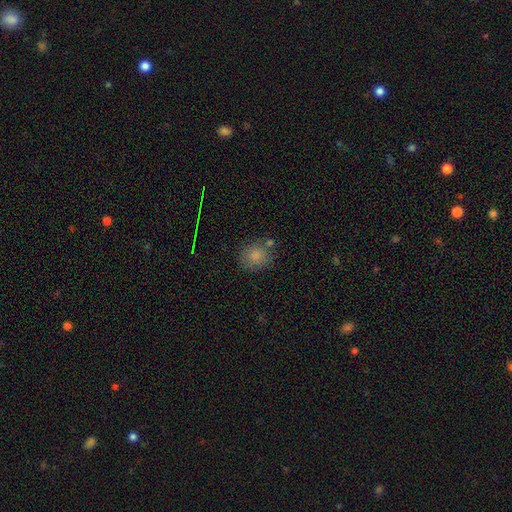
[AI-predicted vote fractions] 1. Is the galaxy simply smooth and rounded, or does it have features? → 83% smooth, 10% star or artifact, 7% featured or disk.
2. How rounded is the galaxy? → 76% round, 23% in between, 1% cigar-shaped.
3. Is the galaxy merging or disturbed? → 72% none, 14% minor disturbance, 10% merger, 4% major disturbance.